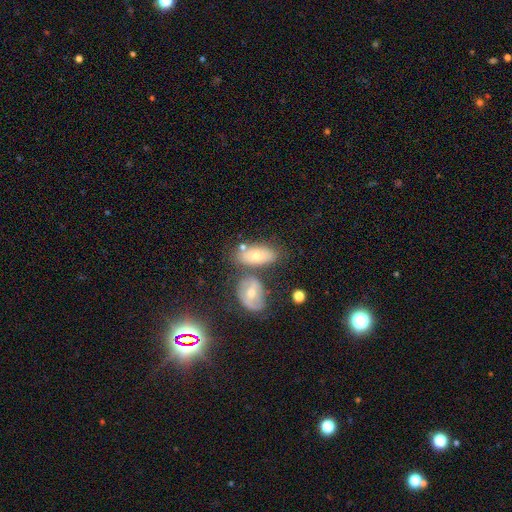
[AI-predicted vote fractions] Smooth or featured? Predicted: smooth (p=0.58). How rounded? Predicted: in between (p=0.85). Merging? Predicted: none (p=0.54).